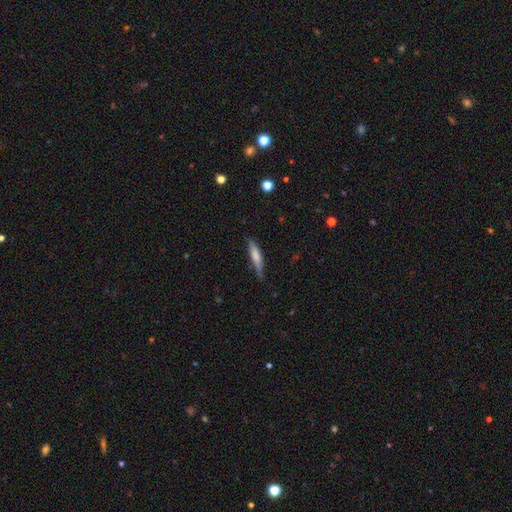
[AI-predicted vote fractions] Smooth or featured?
  - smooth: 68% *
  - featured or disk: 26%
  - star or artifact: 6%
How rounded?
  - cigar-shaped: 85% *
  - in between: 14%
  - round: 2%
Merging?
  - none: 70% *
  - minor disturbance: 24%
  - major disturbance: 4%
  - merger: 2%